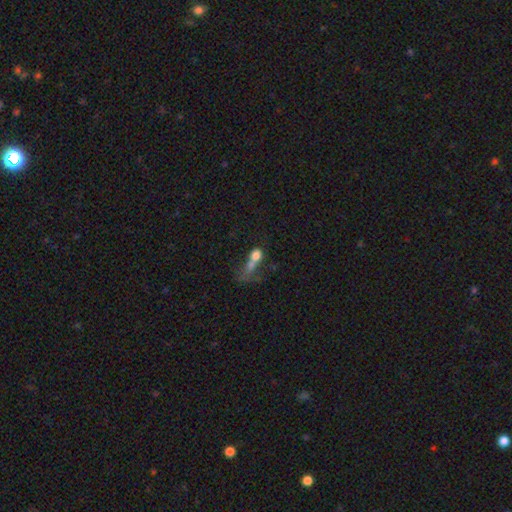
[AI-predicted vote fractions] A smooth galaxy with no disk features (66%) that is round (52%).

Vote fractions:
- Smooth or featured? smooth: 66% / featured or disk: 21% / star or artifact: 13%
- How rounded? round: 52% / in between: 42% / cigar-shaped: 6%
- Merging? merger: 56% / major disturbance: 20% / none: 16% / minor disturbance: 8%